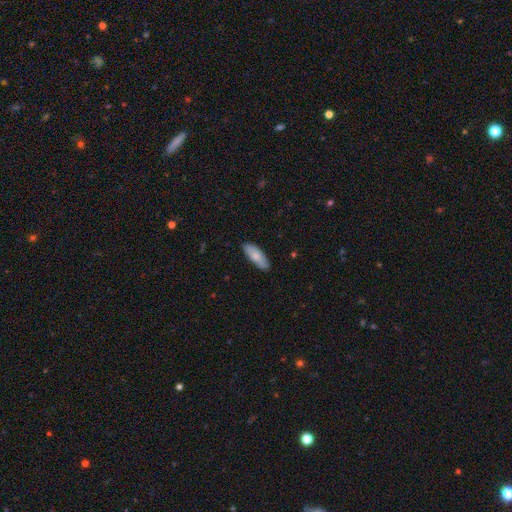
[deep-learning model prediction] Morphology: type=smooth (78%); roundness=in between (68%); merging=none (85%).